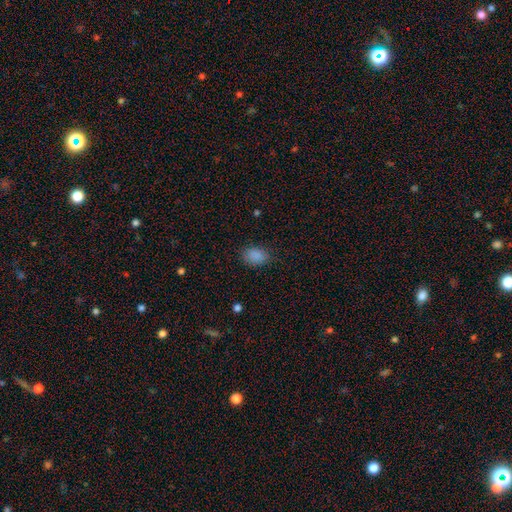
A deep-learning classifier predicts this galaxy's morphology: Q: Smooth or featured?
A: smooth (87%); runner-up: star or artifact (9%)
Q: How rounded?
A: in between (80%); runner-up: round (18%)
Q: Merging?
A: none (80%); runner-up: minor disturbance (15%)